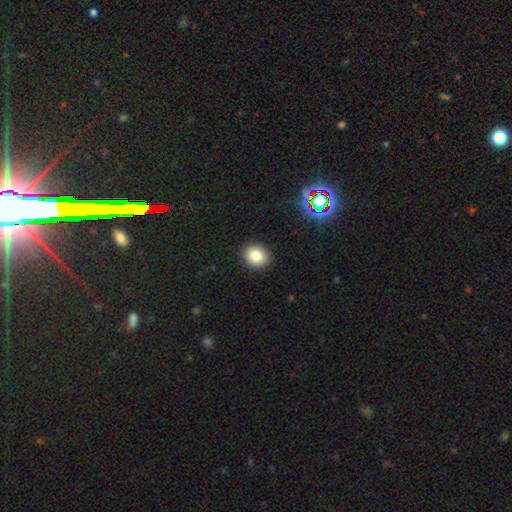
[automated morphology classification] This is clearly a smooth galaxy (84%). How rounded: likely round (62%). Merging: clearly none (90%).